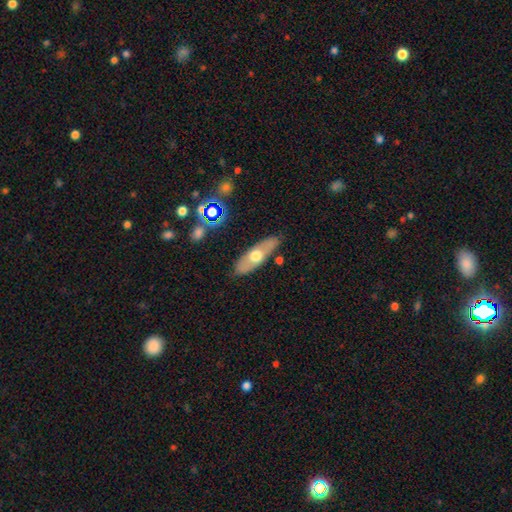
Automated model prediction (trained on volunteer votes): This appears to be a smooth galaxy with no disk features (50%) that is in between round and cigar-shaped (59%). Merging: none (83%).